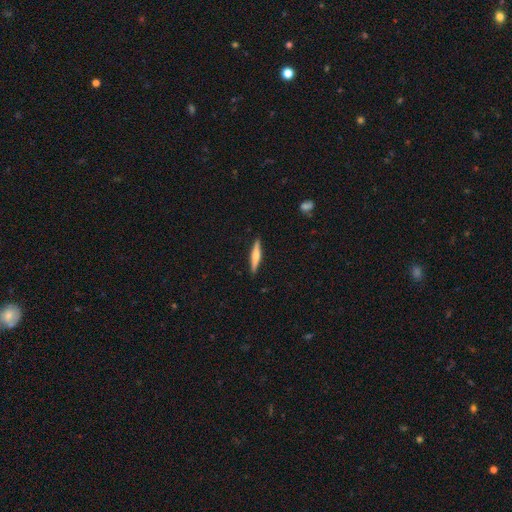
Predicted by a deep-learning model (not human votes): Smooth or featured?
  - smooth: 50% *
  - featured or disk: 45%
  - star or artifact: 6%
Merging?
  - none: 90% *
  - minor disturbance: 7%
  - major disturbance: 1%
  - merger: 1%